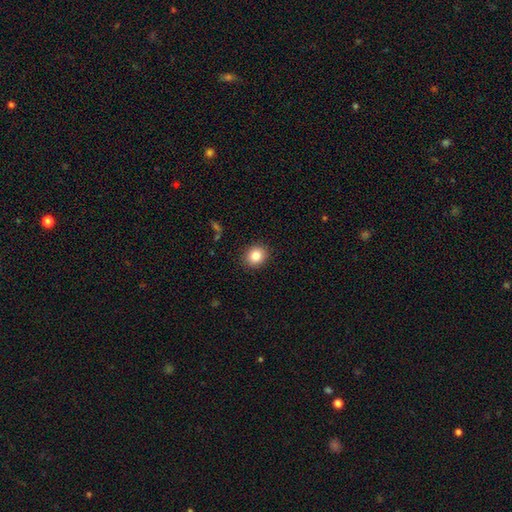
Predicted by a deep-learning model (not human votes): The model was most divided on "how rounded": round: 77%, in between: 22%, cigar-shaped: 1%. More confident: merging — none (90%); smooth or featured — smooth (84%).